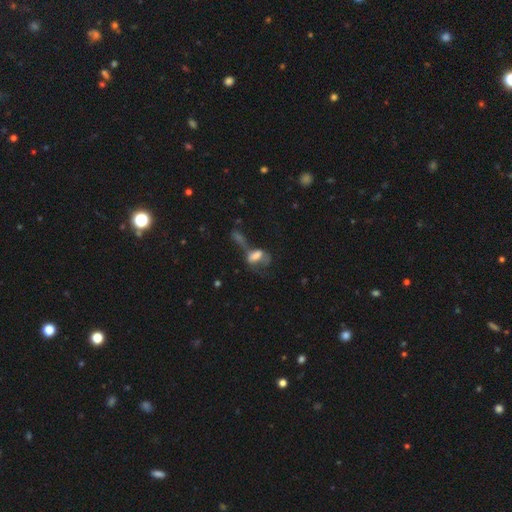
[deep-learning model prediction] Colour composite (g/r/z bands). It shows a smooth galaxy with no disk features (54%) that is in between round and cigar-shaped (81%). Merging: merger (44%).